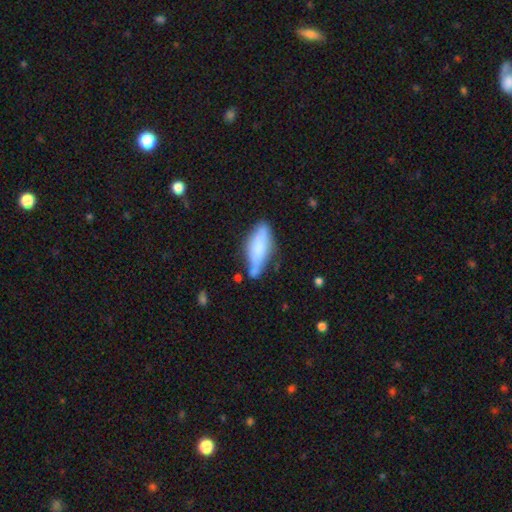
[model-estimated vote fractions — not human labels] Q: Smooth or featured?
A: smooth (71%); runner-up: featured or disk (23%)
Q: How rounded?
A: in between (66%); runner-up: cigar-shaped (31%)
Q: Merging?
A: none (53%); runner-up: minor disturbance (29%)